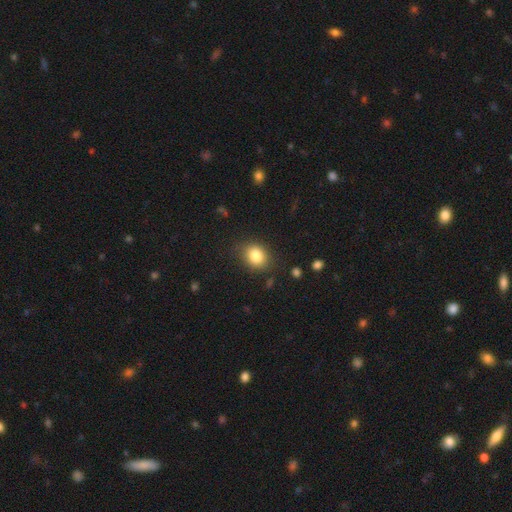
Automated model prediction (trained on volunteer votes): A smooth galaxy with no disk features (84%) that is round (54%). Merging: none (81%).